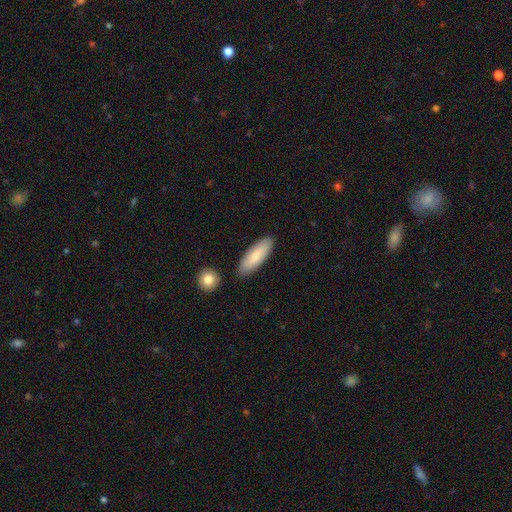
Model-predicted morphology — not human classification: This is clearly a smooth galaxy (81%). How rounded: possibly in between (58%). Merging: clearly none (84%).